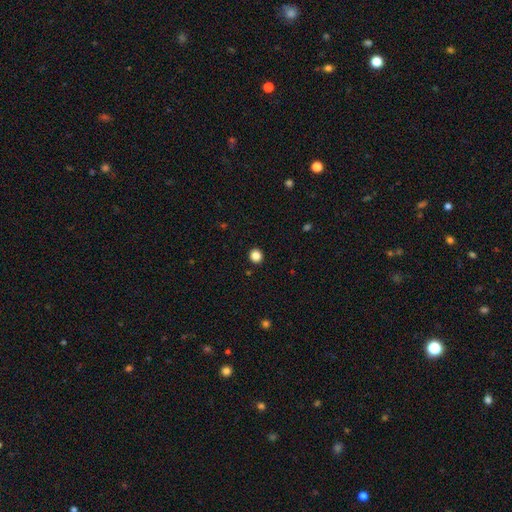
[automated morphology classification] Smooth or featured? smooth (85%)
How rounded? round (92%)
Merging? none (93%)